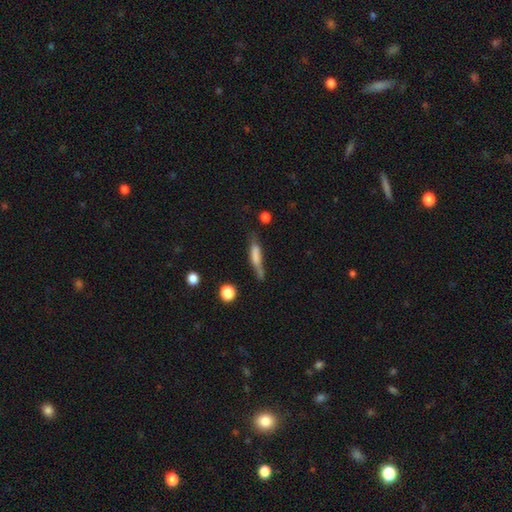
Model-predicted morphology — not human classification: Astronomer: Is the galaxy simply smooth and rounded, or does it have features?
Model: smooth — 64%.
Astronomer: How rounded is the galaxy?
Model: cigar-shaped — 81%.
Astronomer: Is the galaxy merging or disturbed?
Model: none — 51% (runner-up: minor disturbance, 30%).